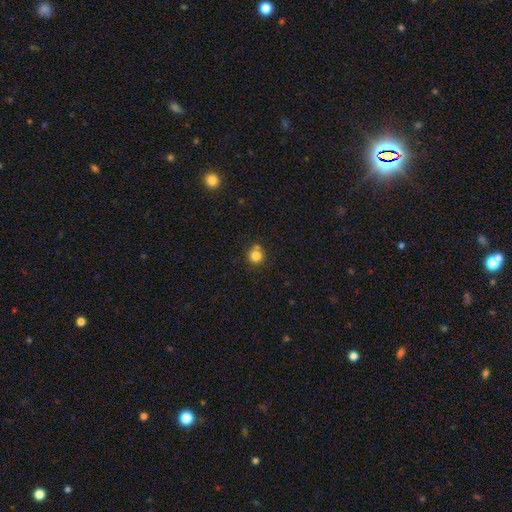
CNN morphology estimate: This is clearly a smooth galaxy (81%). How rounded: clearly round (90%). Merging: likely none (68%).